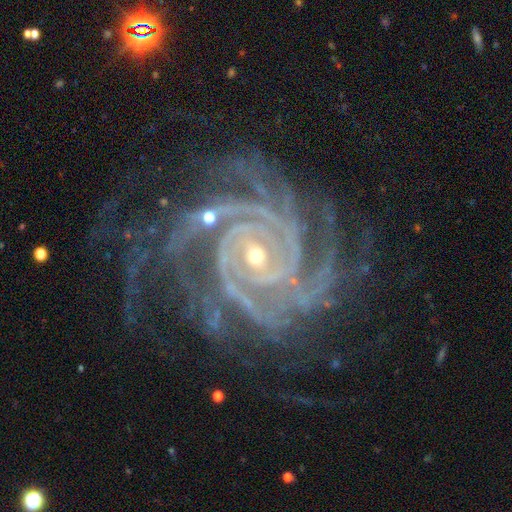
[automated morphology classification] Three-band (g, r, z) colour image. It shows a featured or disk galaxy (93%) with no bar (57%), 4 (27%) tight (81%) spiral arms (99%) and a small central bulge (72%). Merging: none (68%).